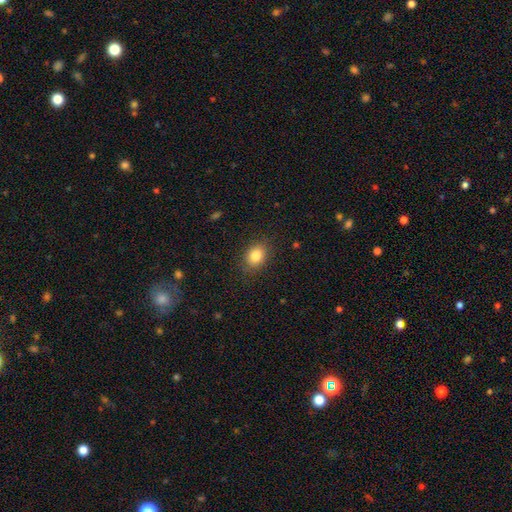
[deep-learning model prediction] smooth-or-featured: smooth: 84% | star or artifact: 9% | featured or disk: 7%
  how-rounded: in between: 66% | round: 32% | cigar-shaped: 1%
  merging: none: 85% | minor disturbance: 11% | major disturbance: 3% | merger: 1%